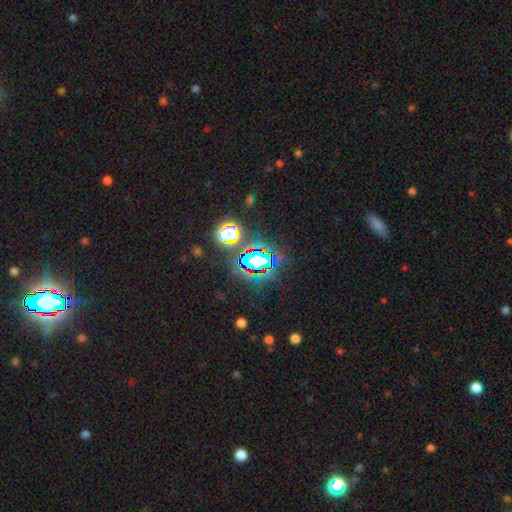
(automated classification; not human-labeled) The model was most divided on "smooth or featured": star or artifact: 74%, smooth: 16%, featured or disk: 10%.